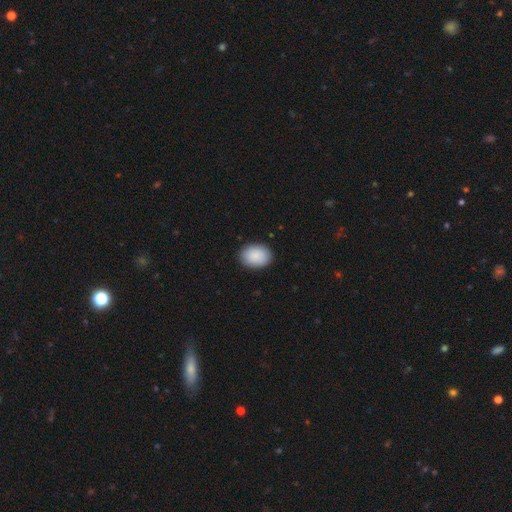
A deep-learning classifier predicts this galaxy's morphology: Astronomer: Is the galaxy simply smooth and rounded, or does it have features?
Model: smooth — 90%.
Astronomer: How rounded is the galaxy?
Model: in between — 71%.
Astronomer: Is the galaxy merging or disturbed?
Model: none — 89%.